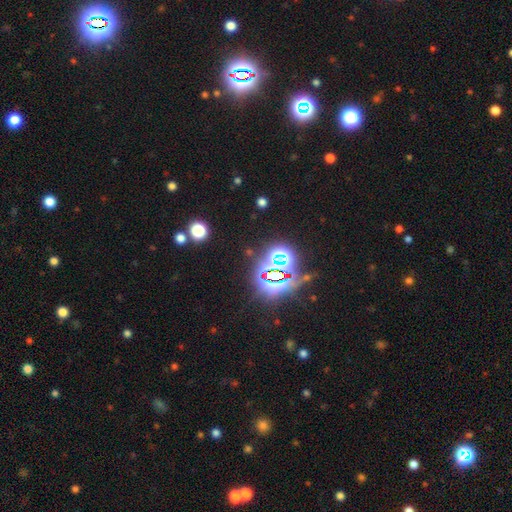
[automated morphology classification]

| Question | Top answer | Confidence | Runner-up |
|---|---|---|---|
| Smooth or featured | star or artifact | 77% | smooth (15%) |